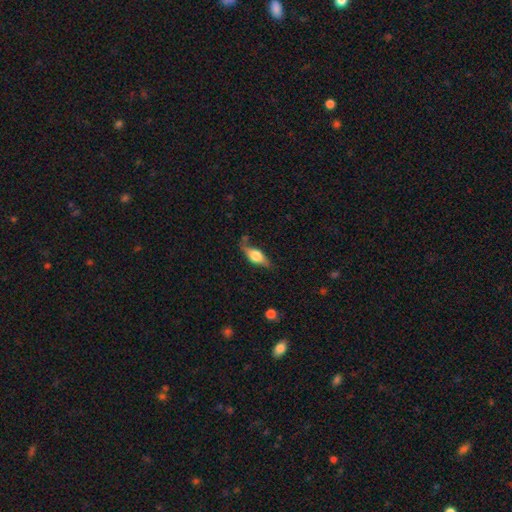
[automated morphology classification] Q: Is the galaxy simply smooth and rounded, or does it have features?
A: smooth — 52%.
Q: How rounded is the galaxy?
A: in between — 73%.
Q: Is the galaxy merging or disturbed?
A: none — 62%.